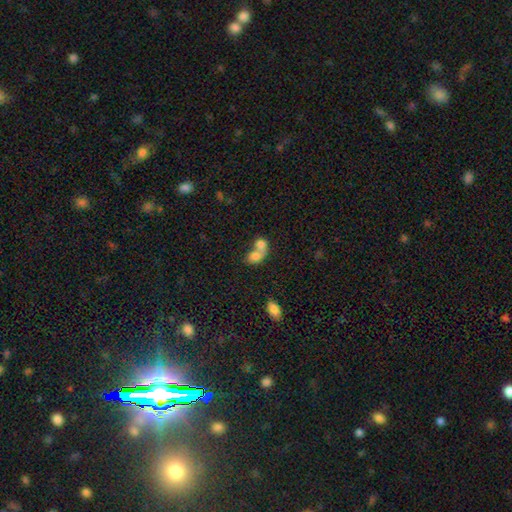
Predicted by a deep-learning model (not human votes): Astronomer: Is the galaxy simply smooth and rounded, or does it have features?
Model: smooth — 73%.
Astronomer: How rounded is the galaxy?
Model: in between — 51% (runner-up: round, 48%).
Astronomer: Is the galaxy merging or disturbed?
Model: merger — 77%.